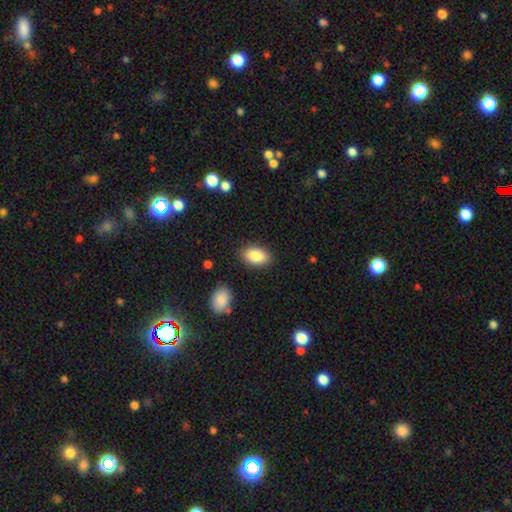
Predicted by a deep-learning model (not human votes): Smooth or featured?
  - smooth: 87% *
  - star or artifact: 7%
  - featured or disk: 6%
How rounded?
  - in between: 92% *
  - round: 6%
  - cigar-shaped: 2%
Merging?
  - none: 85% *
  - minor disturbance: 10%
  - major disturbance: 3%
  - merger: 2%